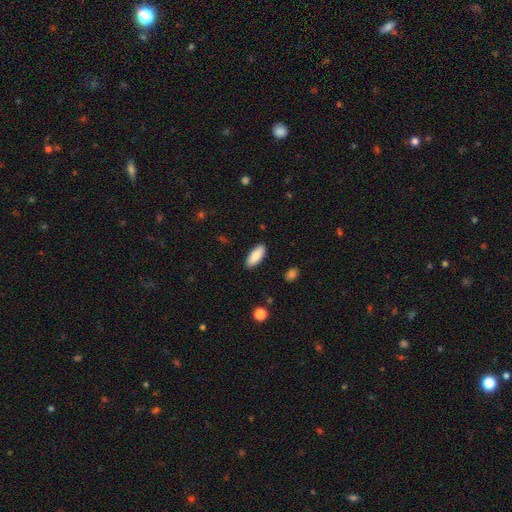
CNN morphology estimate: A smooth galaxy with no disk features (89%) that is in between round and cigar-shaped (82%).

Vote fractions:
- Smooth or featured? smooth: 89% / star or artifact: 6% / featured or disk: 5%
- How rounded? in between: 82% / cigar-shaped: 16% / round: 2%
- Merging? none: 89% / minor disturbance: 8% / major disturbance: 2% / merger: 1%